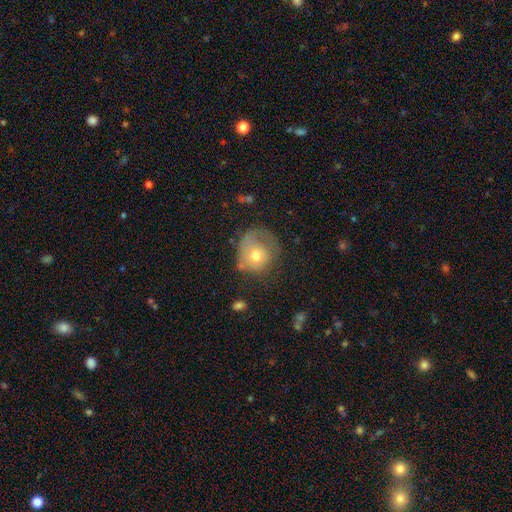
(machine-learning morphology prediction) Smooth or featured?
  - smooth: 58% *
  - featured or disk: 33%
  - star or artifact: 8%
How rounded?
  - round: 75% *
  - in between: 24%
  - cigar-shaped: 1%
Merging?
  - none: 36% *
  - major disturbance: 33%
  - minor disturbance: 28%
  - merger: 3%